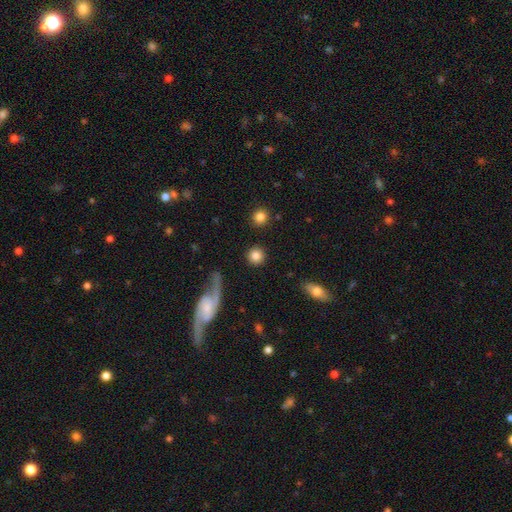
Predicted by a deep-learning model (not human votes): smooth_or_featured: smooth (p=0.82) [alt: featured or disk p=0.10]
how_rounded: round (p=0.93) [alt: in between p=0.05]
merging: none (p=0.89) [alt: minor disturbance p=0.05]